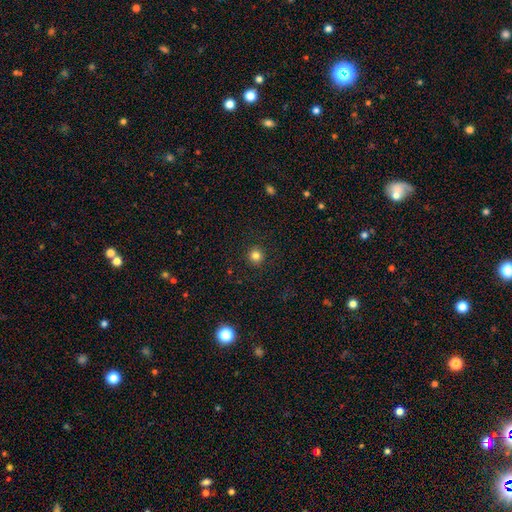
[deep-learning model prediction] Overall: smooth (82%). How rounded: round (95%). Merging: none (92%).